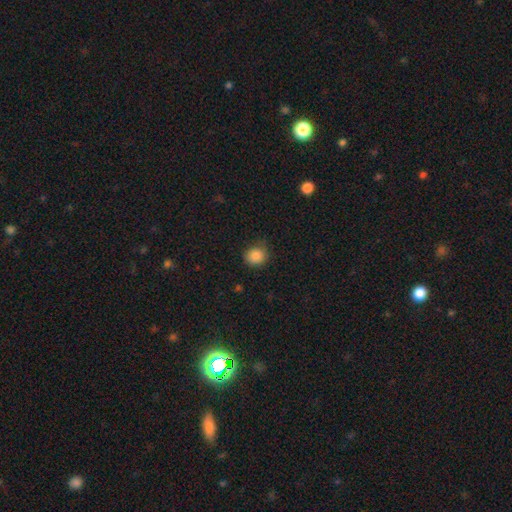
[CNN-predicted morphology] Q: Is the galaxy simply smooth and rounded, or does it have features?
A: smooth — 85%.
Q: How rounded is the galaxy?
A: round — 84%.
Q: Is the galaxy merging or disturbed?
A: none — 80%.